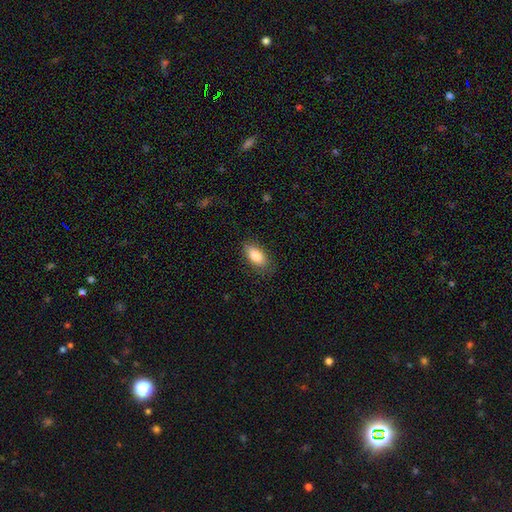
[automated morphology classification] This appears to be a smooth galaxy with no disk features (86%) that is in between round and cigar-shaped (89%). Merging: none (80%).